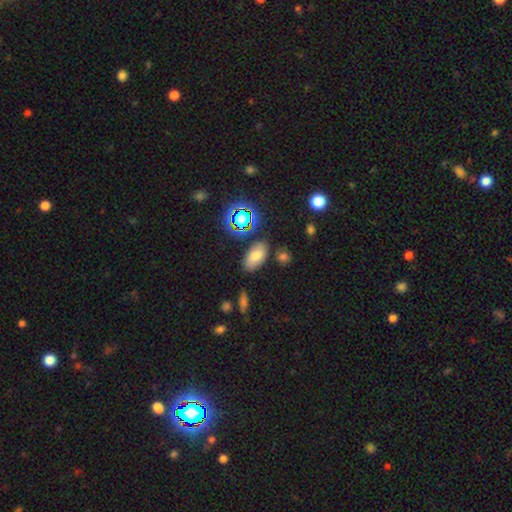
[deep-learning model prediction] Morphology: type=smooth (72%); roundness=in between (92%); merging=none (79%).